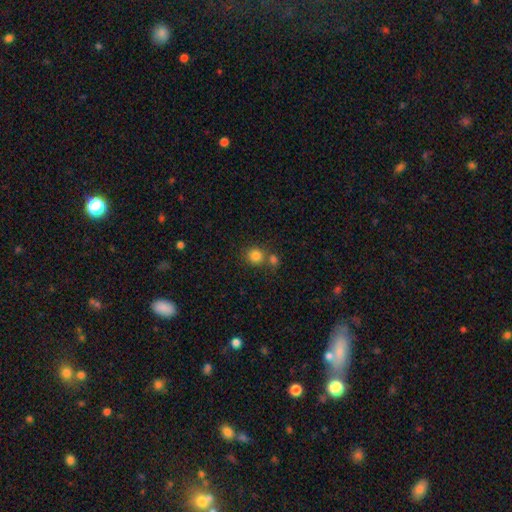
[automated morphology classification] Smooth or featured? smooth (83%)
How rounded? round (88%)
Merging? none (60%)